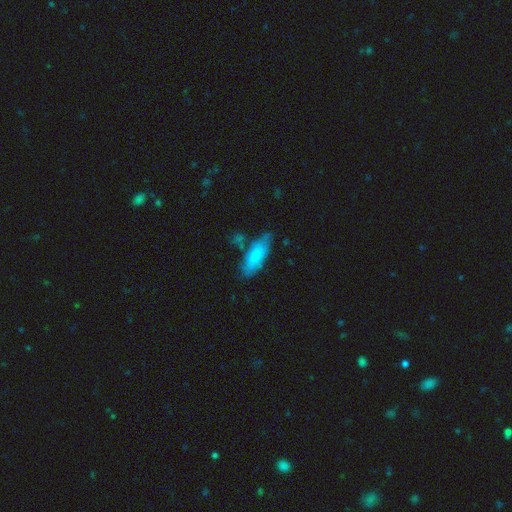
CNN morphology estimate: Smooth or featured? smooth (77%)
How rounded? in between (69%)
Merging? none (63%)